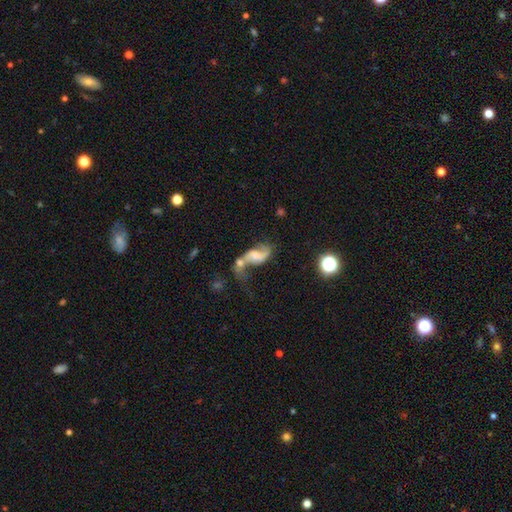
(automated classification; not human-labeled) A featured or disk galaxy (68%) with no bar (49%), 2 (81%) loose (75%) spiral arms (86%) and a moderate central bulge (40%). Merging: merger (46%).